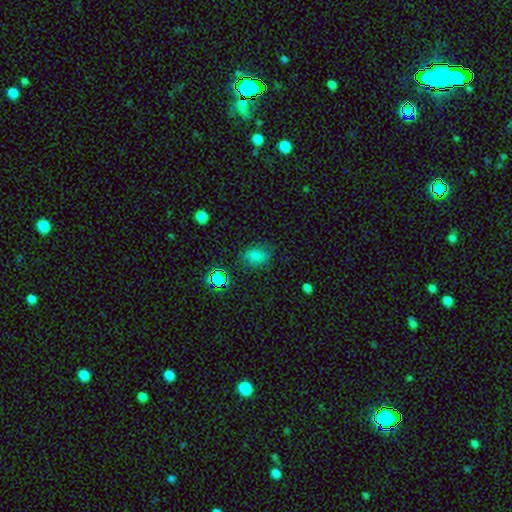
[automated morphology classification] Q: Smooth or featured?
A: smooth (72%); runner-up: star or artifact (21%)
Q: How rounded?
A: in between (77%); runner-up: round (21%)
Q: Merging?
A: none (76%); runner-up: minor disturbance (17%)